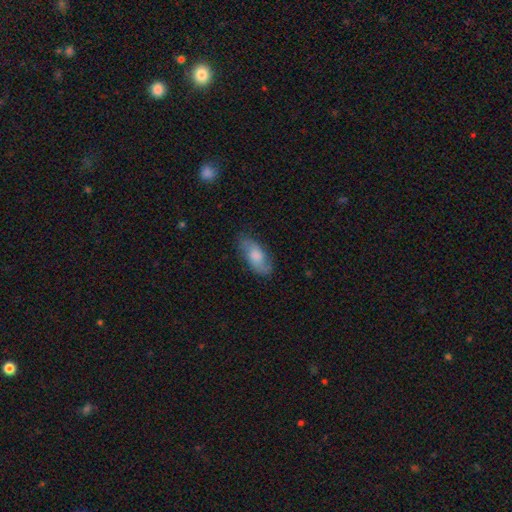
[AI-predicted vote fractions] Smooth or featured? smooth (56%)
How rounded? in between (84%)
Merging? none (77%)